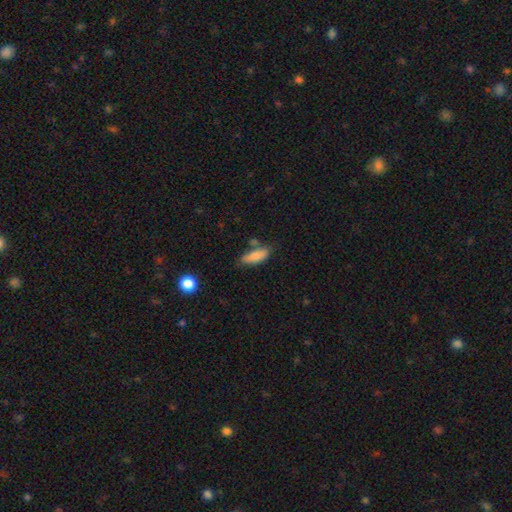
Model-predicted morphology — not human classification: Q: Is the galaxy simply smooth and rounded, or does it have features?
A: smooth — 83%.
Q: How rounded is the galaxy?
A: in between — 64%.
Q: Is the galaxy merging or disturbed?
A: none — 63%.